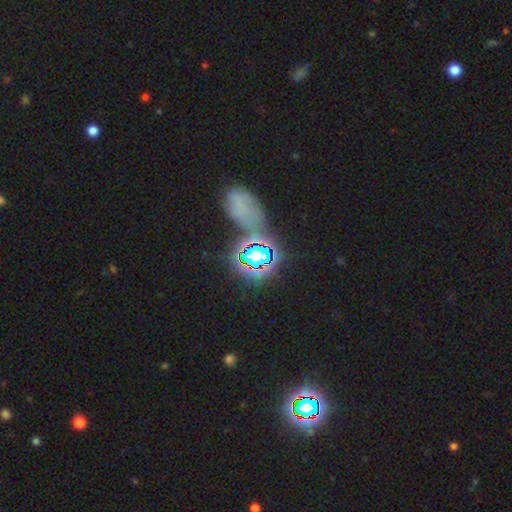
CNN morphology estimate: This is likely a star or artifact rather than a galaxy (64%).